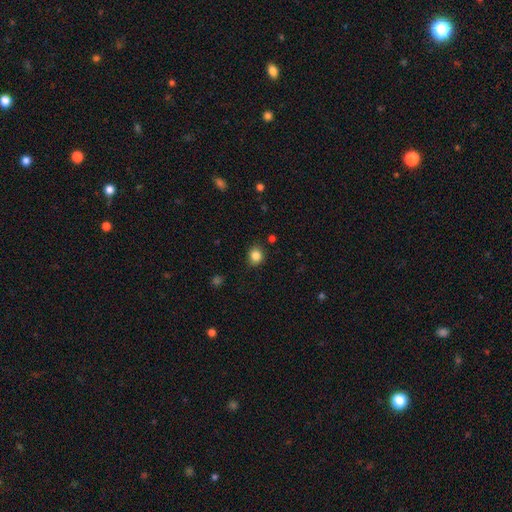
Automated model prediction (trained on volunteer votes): Smooth or featured: smooth — 85% (star or artifact — 11%)
How rounded: round — 75% (in between — 24%)
Merging: none — 85% (minor disturbance — 11%)